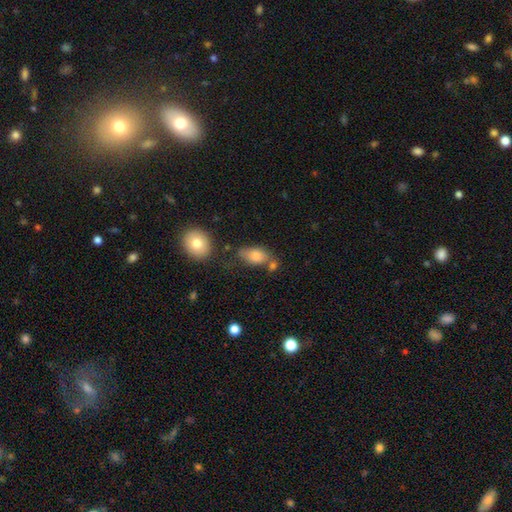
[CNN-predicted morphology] A smooth galaxy with no disk features (79%) that is in between round and cigar-shaped (86%). Merging: none (56%).